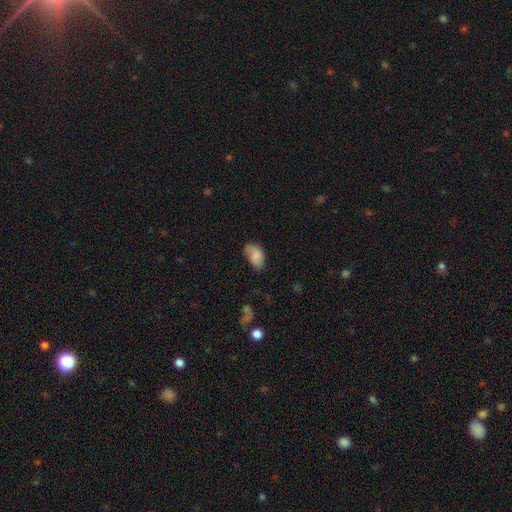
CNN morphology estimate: The model was most divided on "merging": none: 53%, minor disturbance: 33%, major disturbance: 11%, merger: 3%. More confident: how rounded — in between (91%); smooth or featured — smooth (77%).